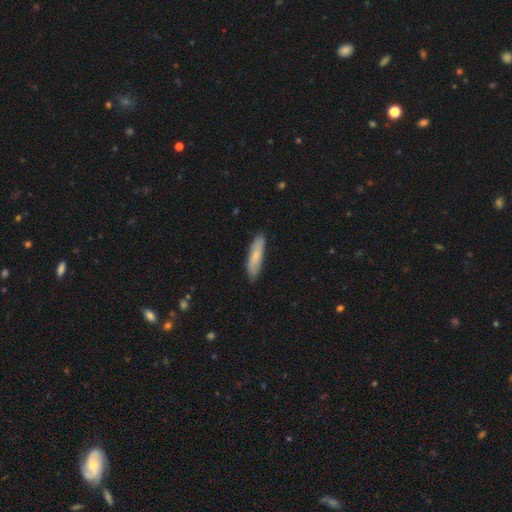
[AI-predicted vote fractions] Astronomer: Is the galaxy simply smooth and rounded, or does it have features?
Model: smooth — 74%.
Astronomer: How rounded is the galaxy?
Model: cigar-shaped — 76%.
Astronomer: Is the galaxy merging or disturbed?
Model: none — 84%.